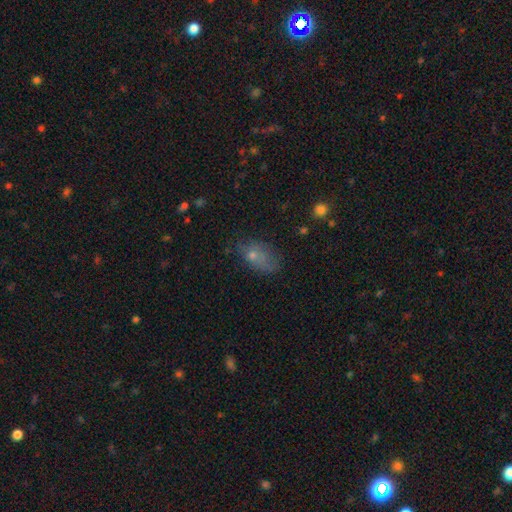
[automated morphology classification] Smooth or featured? Predicted: smooth (p=0.68). How rounded? Predicted: in between (p=0.84). Merging? Predicted: none (p=0.42).